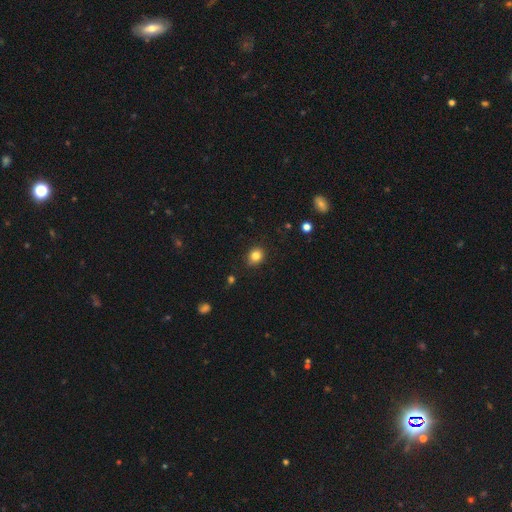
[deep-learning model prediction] smooth 82%, star or artifact 11%, featured or disk 6%. Down the decision tree: how rounded — round (69%); merging — none (83%).